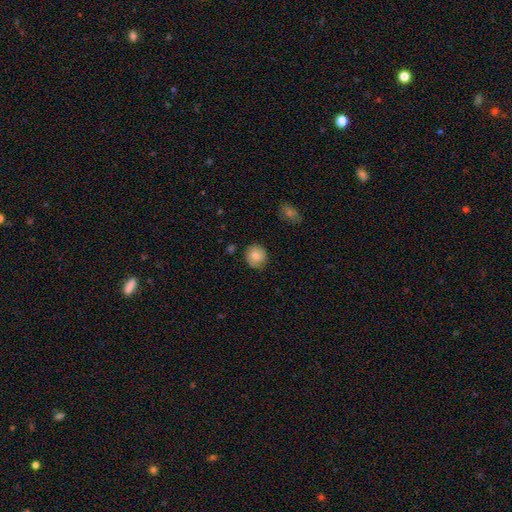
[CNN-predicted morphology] Smooth or featured?
  - smooth: 83% *
  - featured or disk: 9%
  - star or artifact: 8%
How rounded?
  - round: 84% *
  - in between: 15%
  - cigar-shaped: 1%
Merging?
  - none: 82% *
  - minor disturbance: 14%
  - major disturbance: 3%
  - merger: 2%